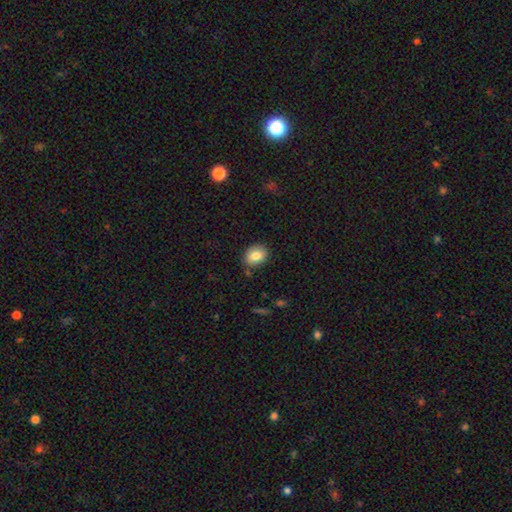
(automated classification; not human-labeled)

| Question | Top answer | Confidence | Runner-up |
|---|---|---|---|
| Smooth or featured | smooth | 83% | star or artifact (8%) |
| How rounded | in between | 58% | round (41%) |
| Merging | none | 83% | minor disturbance (12%) |